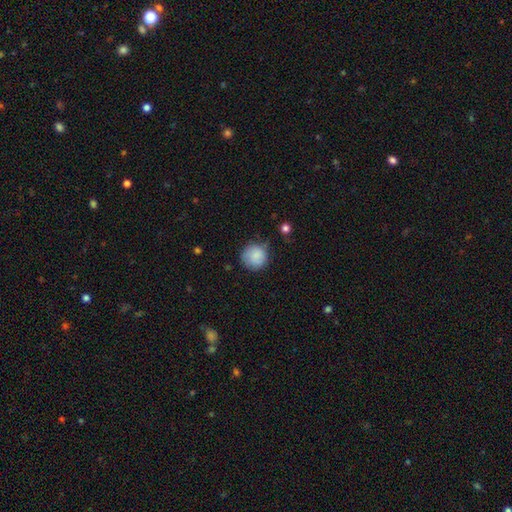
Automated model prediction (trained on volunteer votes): Overall: smooth (85%). How rounded: round (92%). Merging: none (72%).